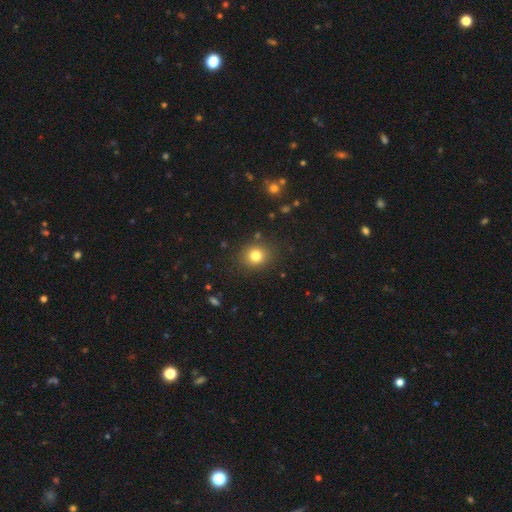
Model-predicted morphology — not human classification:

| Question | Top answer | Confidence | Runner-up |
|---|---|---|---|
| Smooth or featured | smooth | 79% | star or artifact (14%) |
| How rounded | round | 76% | in between (23%) |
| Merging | none | 87% | minor disturbance (9%) |